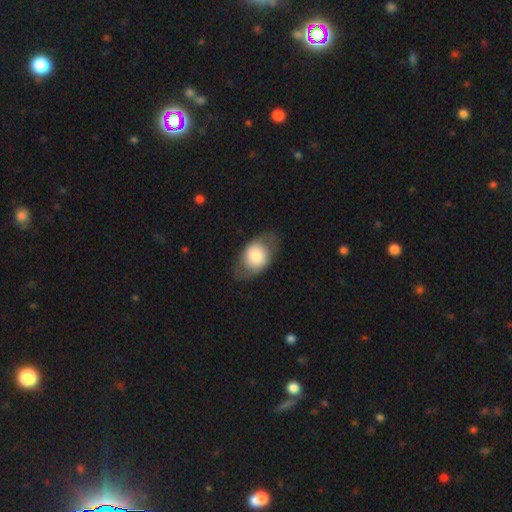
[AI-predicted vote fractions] Smooth or featured? Predicted: smooth (p=0.63). How rounded? Predicted: in between (p=0.68). Merging? Predicted: none (p=0.71).